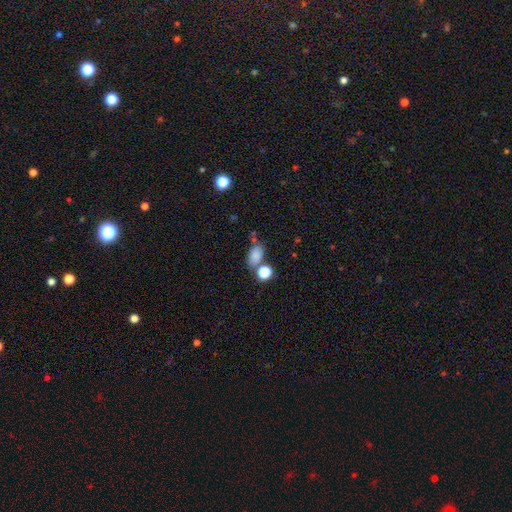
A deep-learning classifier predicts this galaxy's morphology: A smooth galaxy with no disk features (81%) that is in between round and cigar-shaped (83%).

Vote fractions:
- Smooth or featured? smooth: 81% / star or artifact: 12% / featured or disk: 7%
- How rounded? in between: 83% / round: 15% / cigar-shaped: 2%
- Merging? none: 60% / merger: 21% / minor disturbance: 14% / major disturbance: 5%